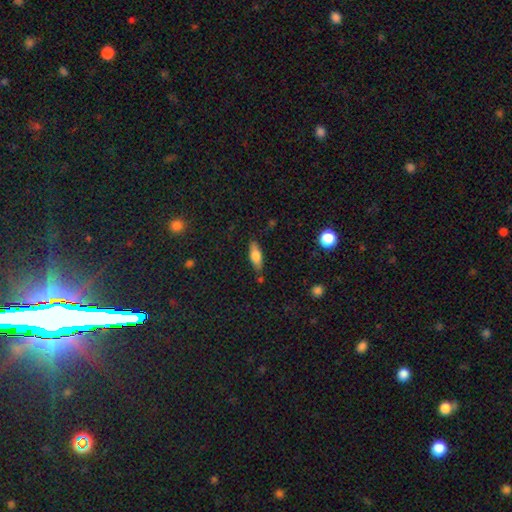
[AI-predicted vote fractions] This appears to be a smooth galaxy with no disk features (69%) that is in between round and cigar-shaped (60%). Merging: none (77%).